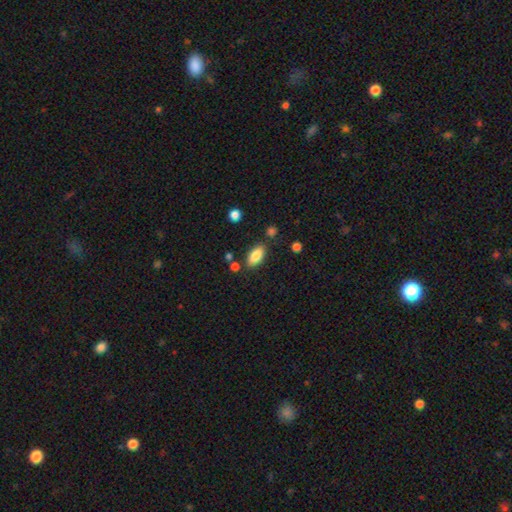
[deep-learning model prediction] smooth-or-featured: smooth: 84% | featured or disk: 9% | star or artifact: 7%
  how-rounded: in between: 88% | cigar-shaped: 9% | round: 3%
  merging: none: 80% | minor disturbance: 12% | merger: 5% | major disturbance: 3%